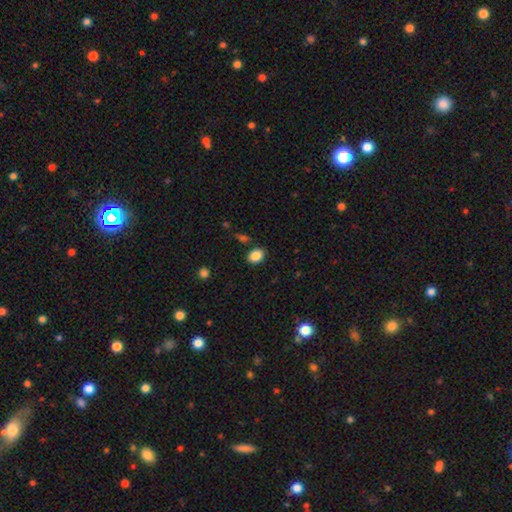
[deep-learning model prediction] This appears to be a smooth galaxy with no disk features (87%) that is in between round and cigar-shaped (73%). Merging: none (84%).